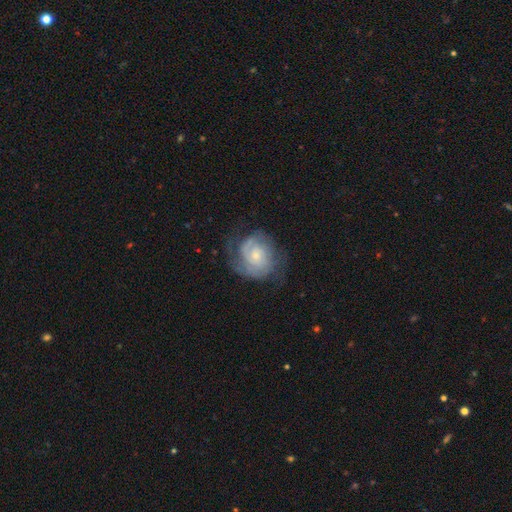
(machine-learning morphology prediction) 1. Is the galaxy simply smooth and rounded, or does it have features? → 74% featured or disk, 20% smooth, 6% star or artifact.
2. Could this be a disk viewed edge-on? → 98% no, 2% yes.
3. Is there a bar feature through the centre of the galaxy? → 71% no, 25% weak, 4% strong.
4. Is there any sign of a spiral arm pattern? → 92% yes, 8% no.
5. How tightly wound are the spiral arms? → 59% tight, 31% medium, 10% loose.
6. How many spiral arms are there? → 45% 2, 28% can't tell, 12% 3, 8% 1, 4% 4, 3% more than 4.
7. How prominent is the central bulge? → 58% small, 33% moderate, 4% none, 3% large, 1% dominant.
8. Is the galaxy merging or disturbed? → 63% none, 21% minor disturbance, 15% major disturbance, 1% merger.